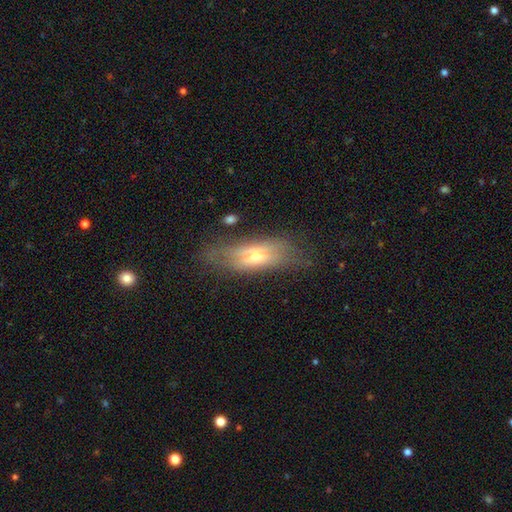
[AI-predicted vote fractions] Morphology: type=featured or disk (52%); edge-on=yes (56%); merging=none (62%).